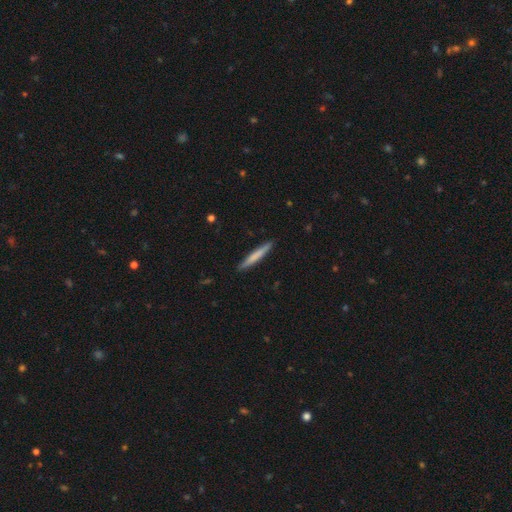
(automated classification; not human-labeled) This is likely a smooth galaxy (69%). How rounded: clearly cigar-shaped (96%). Merging: clearly none (91%).